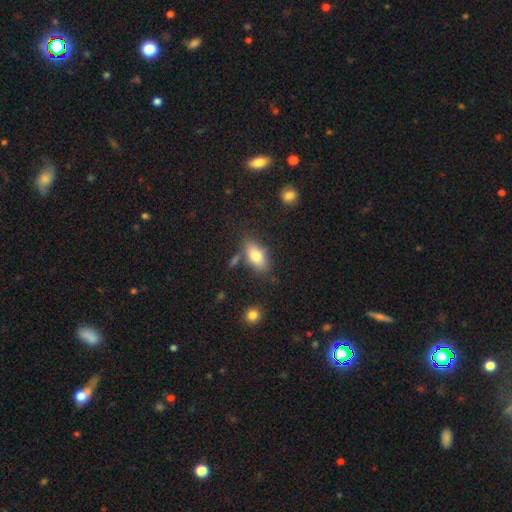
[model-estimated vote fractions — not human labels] Smooth or featured? smooth (76%)
How rounded? in between (87%)
Merging? none (72%)